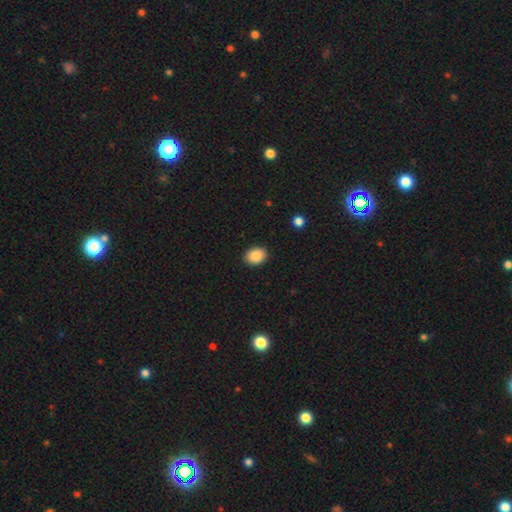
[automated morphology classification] Smooth or featured?
  - smooth: 89% *
  - star or artifact: 8%
  - featured or disk: 4%
How rounded?
  - in between: 65% *
  - round: 34%
  - cigar-shaped: 1%
Merging?
  - none: 90% *
  - minor disturbance: 7%
  - major disturbance: 2%
  - merger: 1%